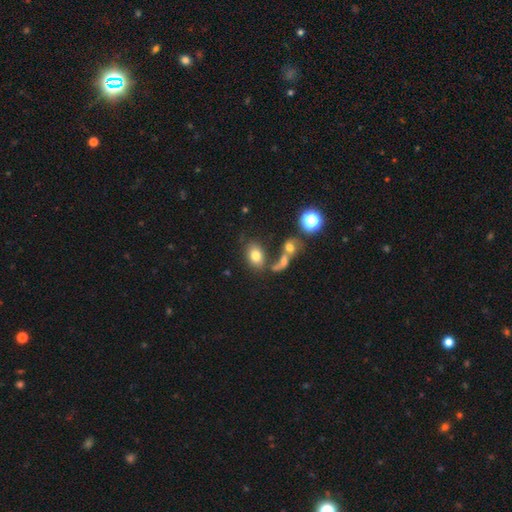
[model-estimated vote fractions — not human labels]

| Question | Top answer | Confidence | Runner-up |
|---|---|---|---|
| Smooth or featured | smooth | 76% | featured or disk (12%) |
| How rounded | in between | 79% | round (19%) |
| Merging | none | 56% | merger (23%) |